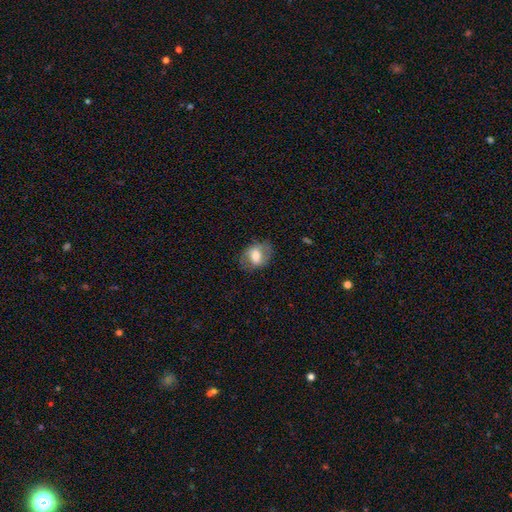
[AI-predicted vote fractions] Smooth or featured? smooth (60%)
How rounded? in between (70%)
Merging? none (74%)